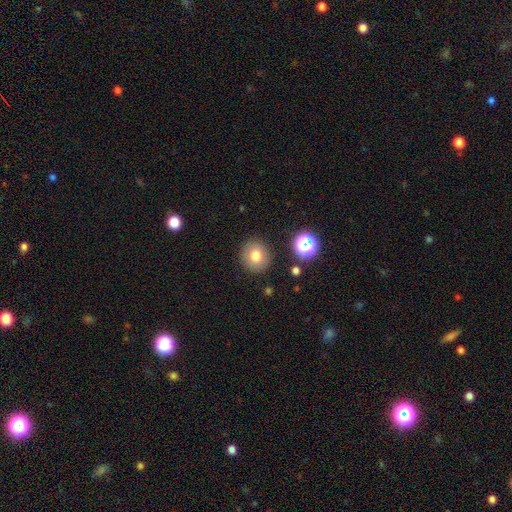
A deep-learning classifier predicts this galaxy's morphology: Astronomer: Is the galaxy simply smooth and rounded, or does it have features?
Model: smooth — 77%.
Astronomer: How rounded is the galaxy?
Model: round — 90%.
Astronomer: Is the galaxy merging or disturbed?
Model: none — 88%.